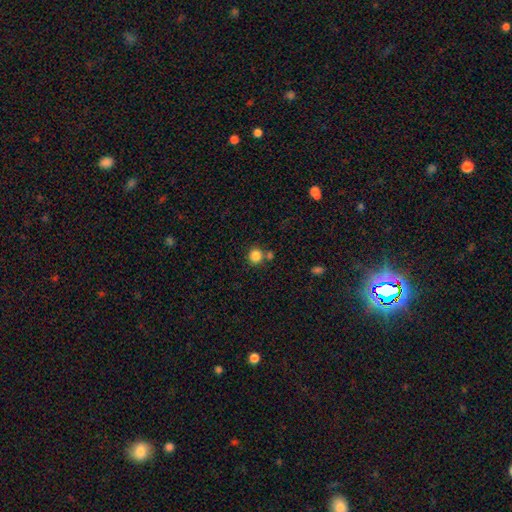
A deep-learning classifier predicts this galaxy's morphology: Overall: smooth (84%). How rounded: round (89%). Merging: none (69%).